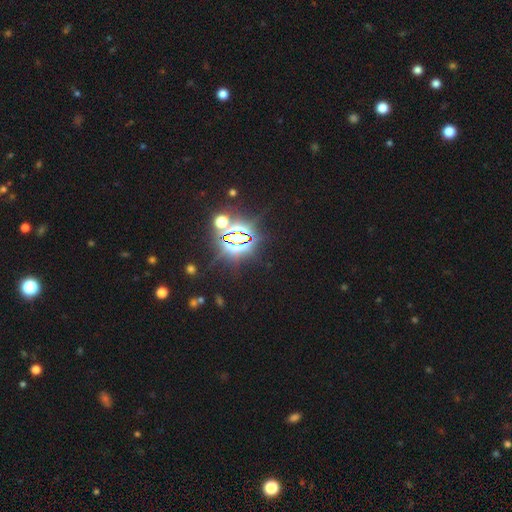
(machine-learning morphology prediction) The model was most divided on "smooth or featured": star or artifact: 84%, smooth: 10%, featured or disk: 6%.